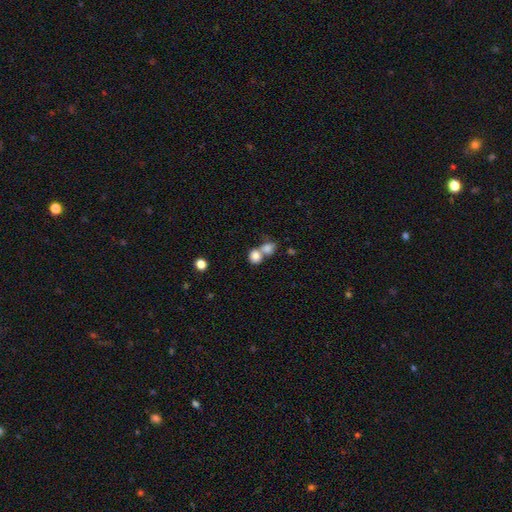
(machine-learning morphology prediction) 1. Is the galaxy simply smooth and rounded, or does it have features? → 82% smooth, 9% star or artifact, 9% featured or disk.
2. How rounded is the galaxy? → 70% round, 28% in between, 1% cigar-shaped.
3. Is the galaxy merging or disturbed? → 59% merger, 31% none, 7% minor disturbance, 4% major disturbance.